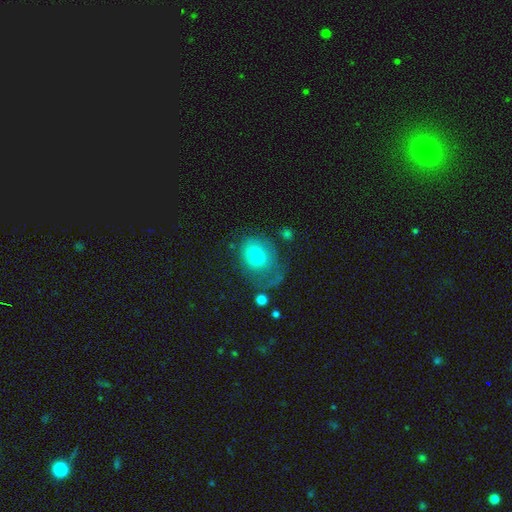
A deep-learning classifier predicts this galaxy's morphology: A smooth galaxy with no disk features (66%) that is in between round and cigar-shaped (73%).

Vote fractions:
- Smooth or featured? smooth: 66% / featured or disk: 25% / star or artifact: 9%
- How rounded? in between: 73% / round: 26% / cigar-shaped: 2%
- Merging? major disturbance: 35% / none: 31% / minor disturbance: 23% / merger: 10%